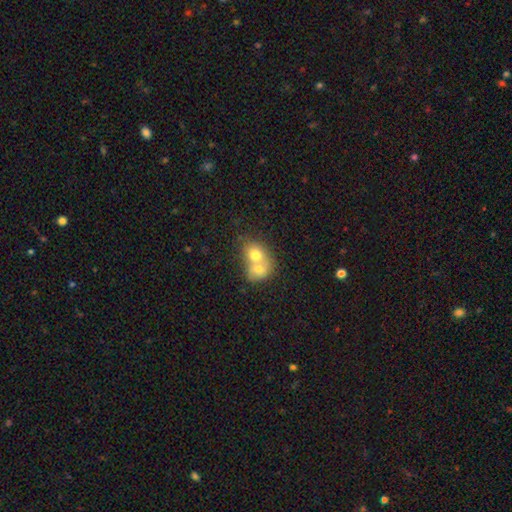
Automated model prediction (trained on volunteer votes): Smooth or featured? smooth (69%)
How rounded? round (52%)
Merging? merger (77%)